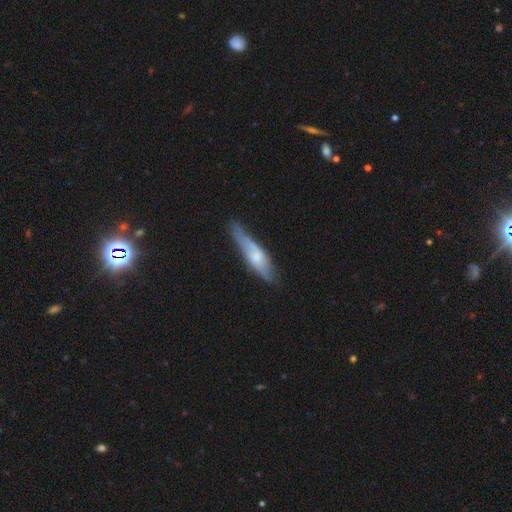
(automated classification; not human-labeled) Overall: smooth (49%; featured or disk 45%). Merging: none (57%; minor disturbance 30%).